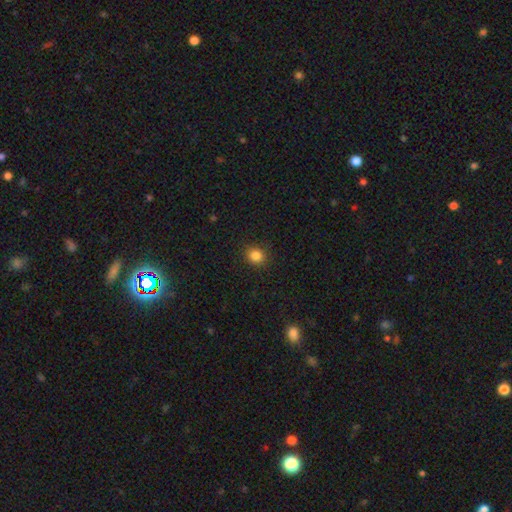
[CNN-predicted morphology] A smooth galaxy with no disk features (84%) that is round (84%). Merging: none (90%).